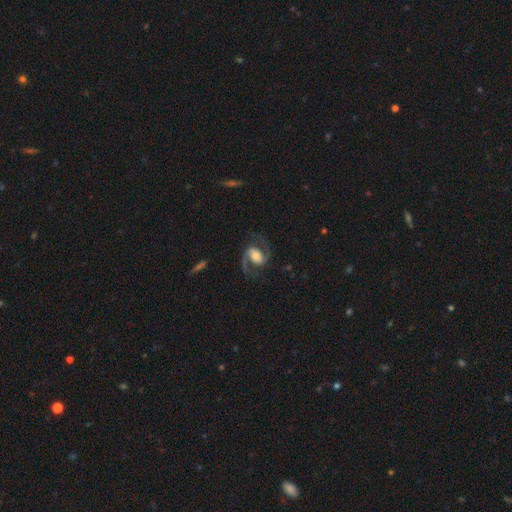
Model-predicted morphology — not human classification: Q: Smooth or featured?
A: featured or disk (87%); runner-up: smooth (8%)
Q: Edge-on disk?
A: no (98%); runner-up: yes (2%)
Q: Bar?
A: weak (40%); runner-up: no (36%)
Q: Spiral arms?
A: yes (97%); runner-up: no (3%)
Q: Spiral winding?
A: medium (58%); runner-up: loose (29%)
Q: Spiral arm count?
A: 2 (94%); runner-up: 1 (2%)
Q: Bulge size?
A: moderate (47%); runner-up: large (24%)
Q: Merging?
A: none (78%); runner-up: minor disturbance (11%)